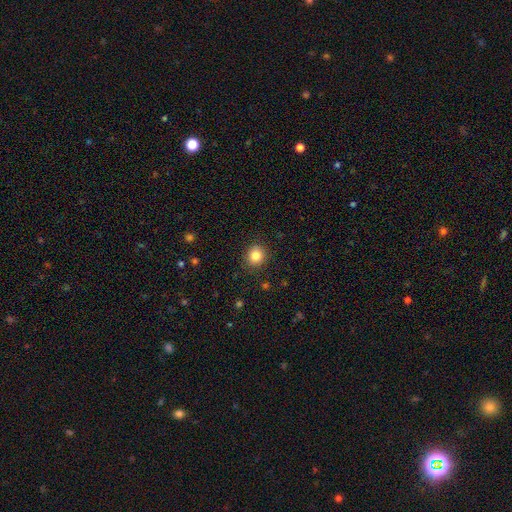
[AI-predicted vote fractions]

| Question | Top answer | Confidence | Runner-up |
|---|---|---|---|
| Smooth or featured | smooth | 84% | star or artifact (11%) |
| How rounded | round | 86% | in between (13%) |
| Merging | none | 89% | minor disturbance (7%) |